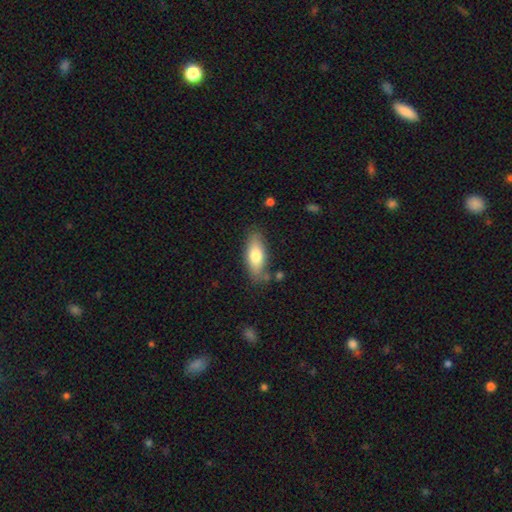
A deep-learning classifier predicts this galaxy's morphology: Smooth or featured? Predicted: smooth (p=0.74). How rounded? Predicted: in between (p=0.74). Merging? Predicted: none (p=0.80).